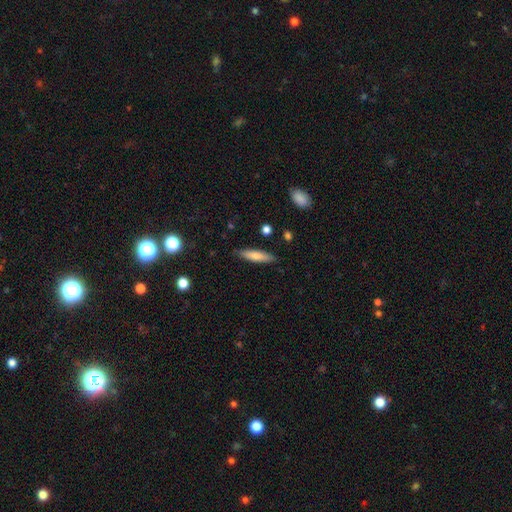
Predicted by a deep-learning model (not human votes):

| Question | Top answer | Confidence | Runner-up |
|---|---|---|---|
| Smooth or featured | smooth | 73% | featured or disk (21%) |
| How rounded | cigar-shaped | 78% | in between (20%) |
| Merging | none | 87% | minor disturbance (10%) |